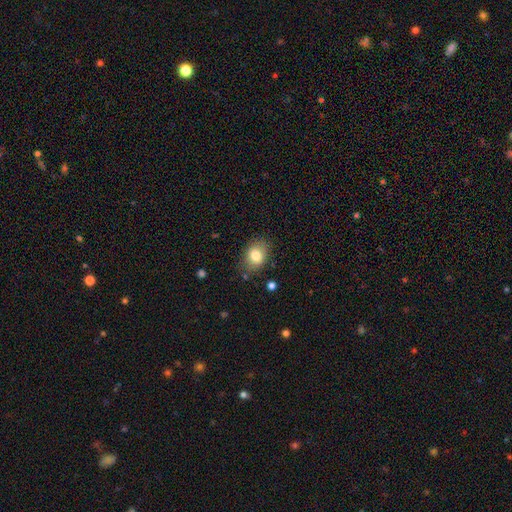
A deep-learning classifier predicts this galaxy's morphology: smooth_or_featured: smooth (p=0.80) [alt: featured or disk p=0.10]
how_rounded: in between (p=0.62) [alt: round p=0.37]
merging: none (p=0.79) [alt: minor disturbance p=0.15]